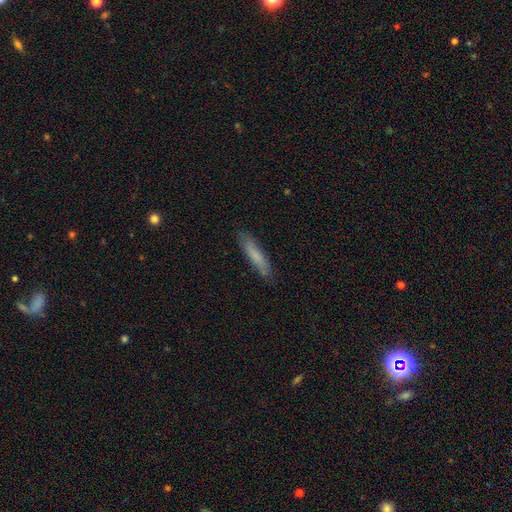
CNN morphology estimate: Smooth or featured: smooth — 73% (featured or disk — 21%)
How rounded: cigar-shaped — 84% (in between — 15%)
Merging: none — 84% (minor disturbance — 13%)